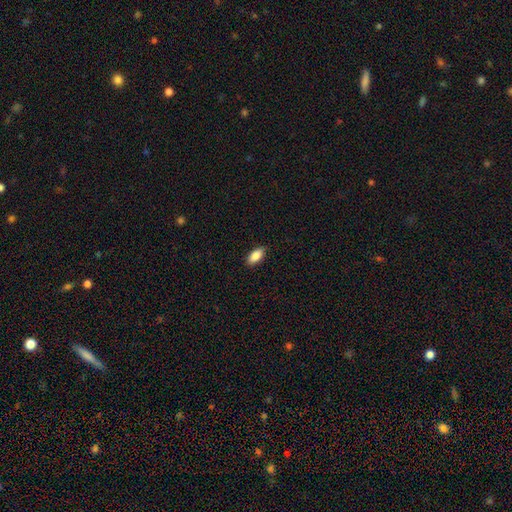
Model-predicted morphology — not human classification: Smooth or featured?
  - smooth: 85% *
  - featured or disk: 8%
  - star or artifact: 7%
How rounded?
  - in between: 89% *
  - cigar-shaped: 9%
  - round: 3%
Merging?
  - none: 87% *
  - minor disturbance: 10%
  - major disturbance: 2%
  - merger: 1%